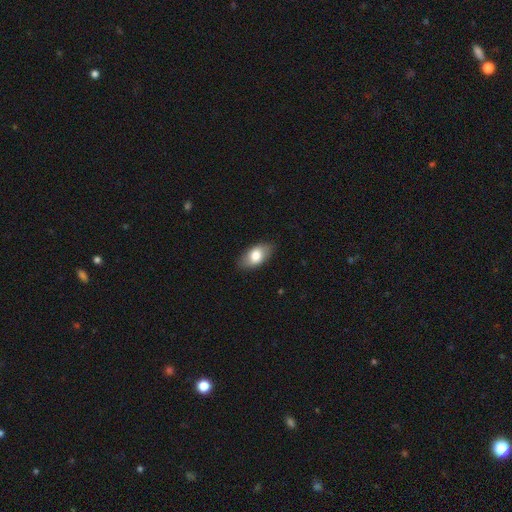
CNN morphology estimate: Smooth or featured: smooth — 78% (featured or disk — 16%)
How rounded: in between — 92% (round — 5%)
Merging: none — 85% (minor disturbance — 12%)